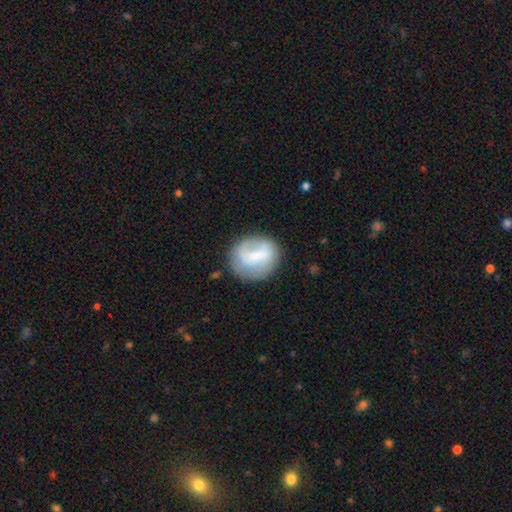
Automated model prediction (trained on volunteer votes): smooth 51%, featured or disk 42%, star or artifact 7%. Down the decision tree: how rounded — round (71%); merging — none (69%).